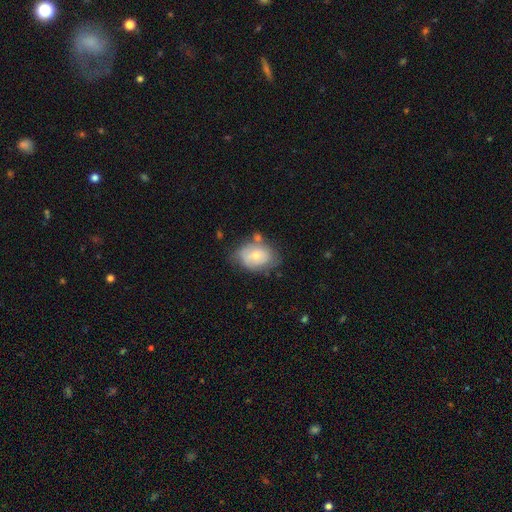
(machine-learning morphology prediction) smooth_or_featured: smooth (p=0.60) [alt: featured or disk p=0.33]
how_rounded: in between (p=0.75) [alt: round p=0.24]
merging: none (p=0.55) [alt: minor disturbance p=0.28]